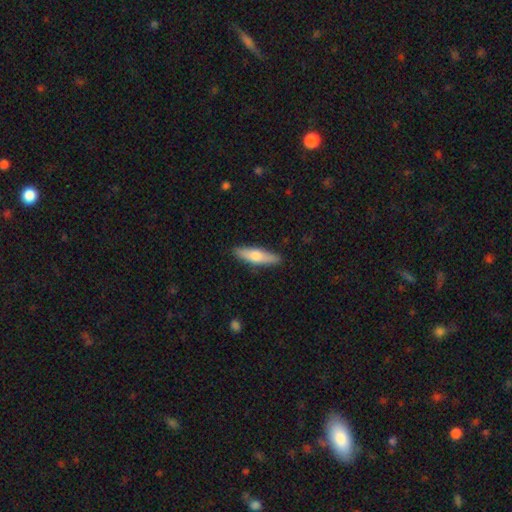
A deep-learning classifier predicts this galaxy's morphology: smooth 61%, featured or disk 34%, star or artifact 5%. Down the decision tree: how rounded — cigar-shaped (66%); merging — none (89%).